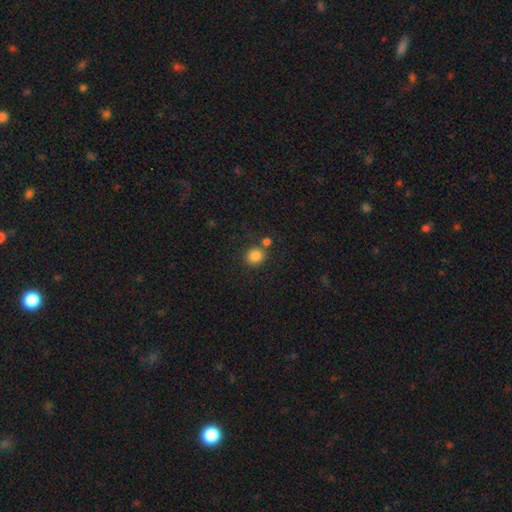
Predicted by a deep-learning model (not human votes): Q: Smooth or featured?
A: smooth (84%); runner-up: star or artifact (11%)
Q: How rounded?
A: round (79%); runner-up: in between (20%)
Q: Merging?
A: none (72%); runner-up: merger (15%)